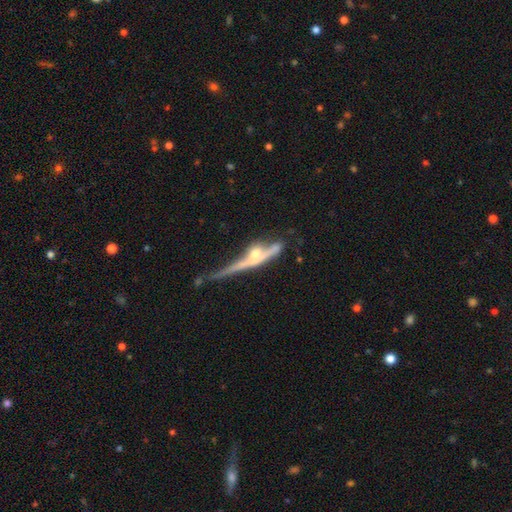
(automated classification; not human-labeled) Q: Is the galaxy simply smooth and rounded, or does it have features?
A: featured or disk — 73%.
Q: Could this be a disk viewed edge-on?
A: yes — 84%.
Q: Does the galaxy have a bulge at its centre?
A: rounded — 73%.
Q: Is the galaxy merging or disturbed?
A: none — 36%.